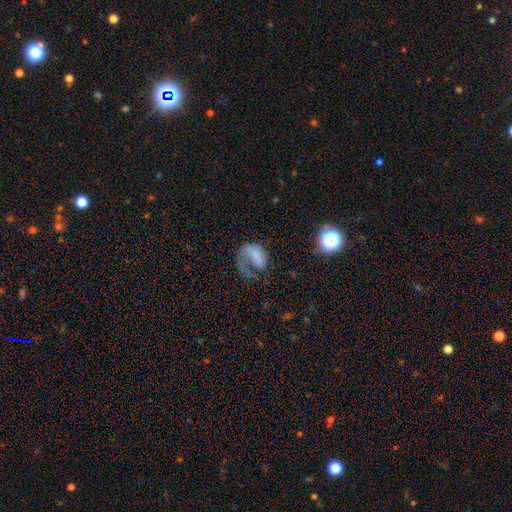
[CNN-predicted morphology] A featured or disk galaxy (44%). Merging: major disturbance (59%).